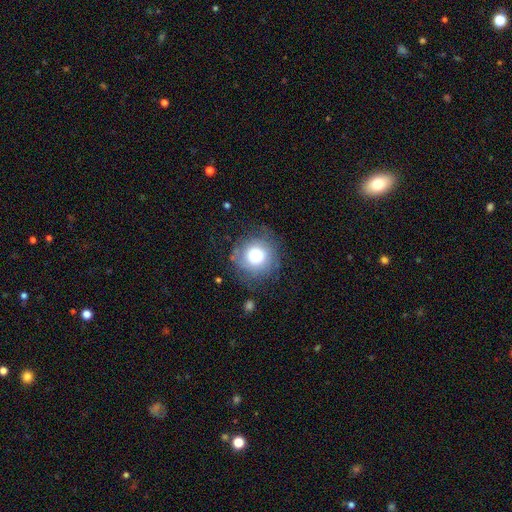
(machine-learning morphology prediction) smooth-or-featured: smooth: 69% | featured or disk: 21% | star or artifact: 10%
  how-rounded: round: 91% | in between: 8% | cigar-shaped: 1%
  merging: none: 73% | minor disturbance: 17% | major disturbance: 8% | merger: 2%